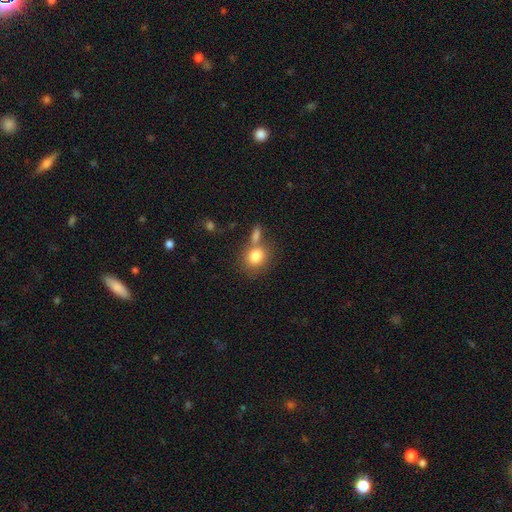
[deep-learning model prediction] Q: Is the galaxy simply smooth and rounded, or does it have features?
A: smooth — 81%.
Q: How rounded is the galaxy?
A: round — 67%.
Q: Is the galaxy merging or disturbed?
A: none — 54%.